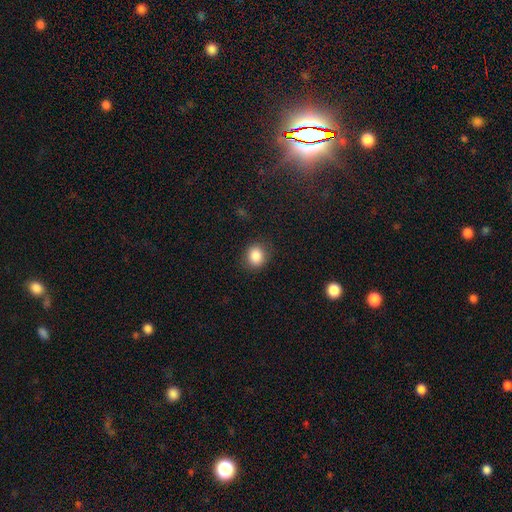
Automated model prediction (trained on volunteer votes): Smooth or featured? Predicted: smooth (p=0.87). How rounded? Predicted: round (p=0.75). Merging? Predicted: none (p=0.86).